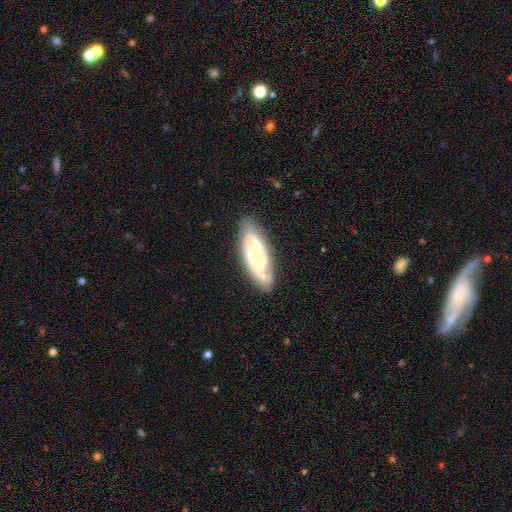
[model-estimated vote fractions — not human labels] Smooth or featured?
  - featured or disk: 77% *
  - smooth: 18%
  - star or artifact: 5%
Edge-on disk?
  - no: 88% *
  - yes: 12%
Bar?
  - no: 67% *
  - weak: 27%
  - strong: 6%
Spiral arms?
  - yes: 91% *
  - no: 9%
Spiral winding?
  - tight: 56% *
  - medium: 35%
  - loose: 9%
Spiral arm count?
  - 2: 41% *
  - can't tell: 30%
  - 3: 17%
  - 1: 6%
  - 4: 4%
  - more than 4: 2%
Bulge size?
  - moderate: 54% *
  - small: 36%
  - large: 7%
  - none: 2%
  - dominant: 1%
Merging?
  - none: 77% *
  - minor disturbance: 17%
  - major disturbance: 5%
  - merger: 2%